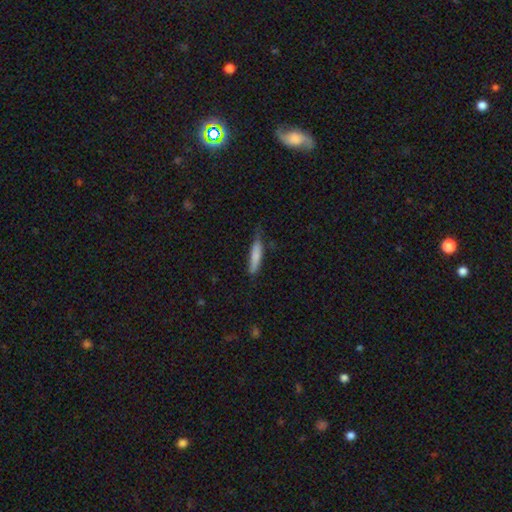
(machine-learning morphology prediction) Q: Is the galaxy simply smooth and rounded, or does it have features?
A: smooth — 79%.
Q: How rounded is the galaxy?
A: cigar-shaped — 84%.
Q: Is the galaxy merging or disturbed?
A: none — 59%.